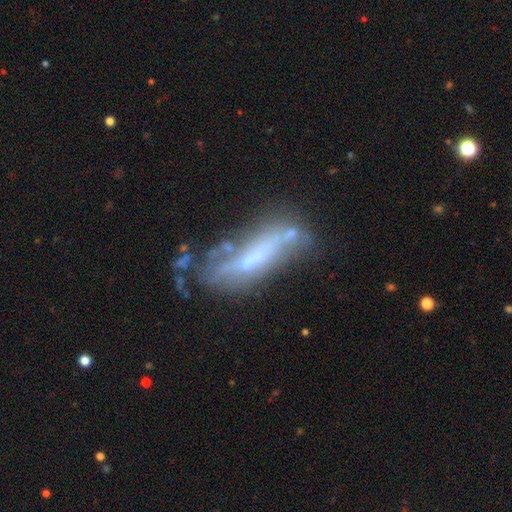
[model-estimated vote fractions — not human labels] featured or disk 57%, smooth 33%, star or artifact 10%. Down the decision tree: edge-on disk — no (61%); merging — none (42%).